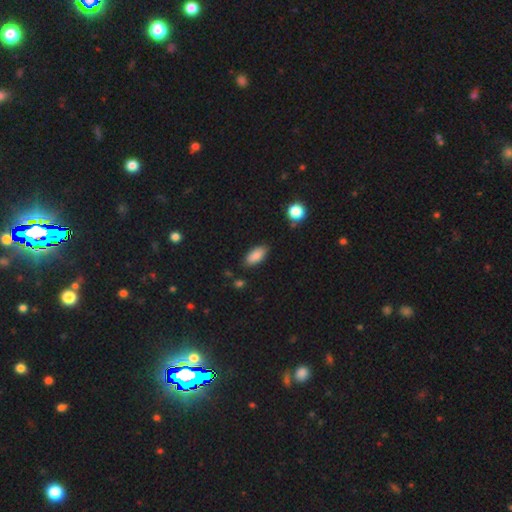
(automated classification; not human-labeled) Smooth or featured? smooth (88%)
How rounded? in between (89%)
Merging? none (83%)